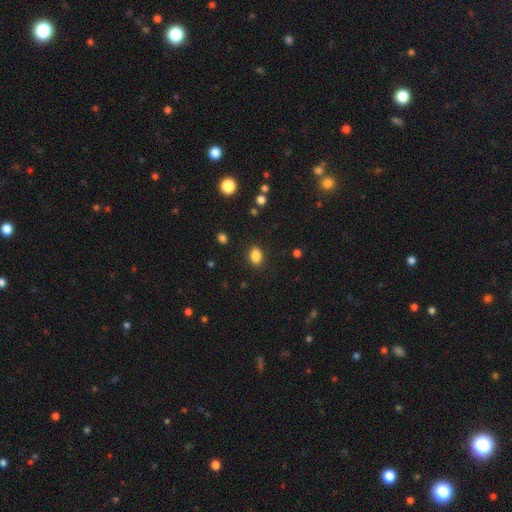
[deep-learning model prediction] Smooth or featured? smooth (85%)
How rounded? in between (74%)
Merging? none (86%)